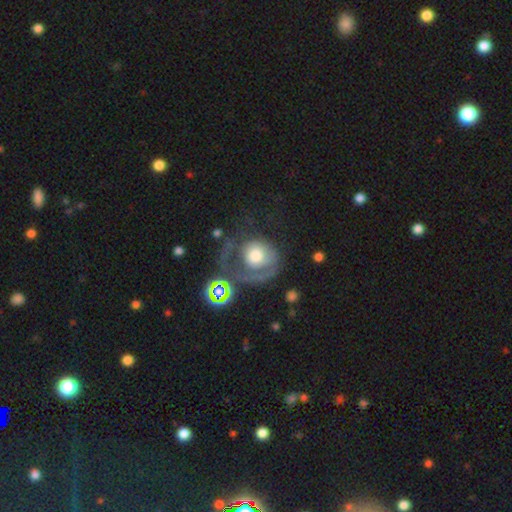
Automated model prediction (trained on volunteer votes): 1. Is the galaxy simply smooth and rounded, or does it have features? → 50% featured or disk, 40% smooth, 10% star or artifact.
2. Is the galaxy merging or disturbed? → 48% major disturbance, 30% none, 16% minor disturbance, 6% merger.